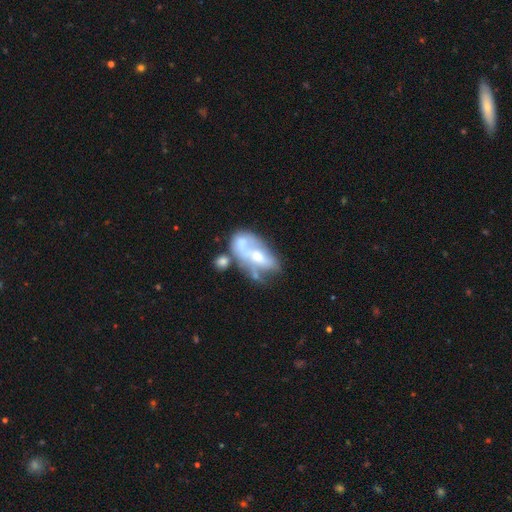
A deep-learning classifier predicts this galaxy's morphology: smooth-or-featured: featured or disk: 55% | smooth: 37% | star or artifact: 8%
  disk-edge-on: no: 92% | yes: 8%
    bar: no: 75% | weak: 18% | strong: 7%
    has-spiral-arms: no: 76% | yes: 24%
    bulge-size: moderate: 56% | small: 29% | large: 7% | none: 7% | dominant: 2%
  merging: merger: 39% | major disturbance: 23% | none: 21% | minor disturbance: 18%